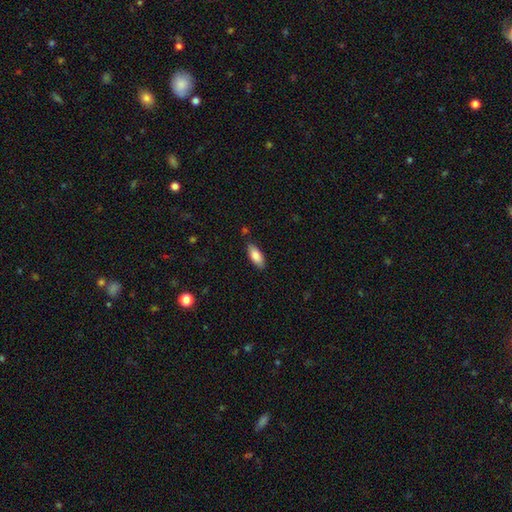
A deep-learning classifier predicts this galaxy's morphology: Smooth or featured: smooth — 84% (featured or disk — 9%)
How rounded: in between — 81% (cigar-shaped — 17%)
Merging: none — 81% (minor disturbance — 14%)